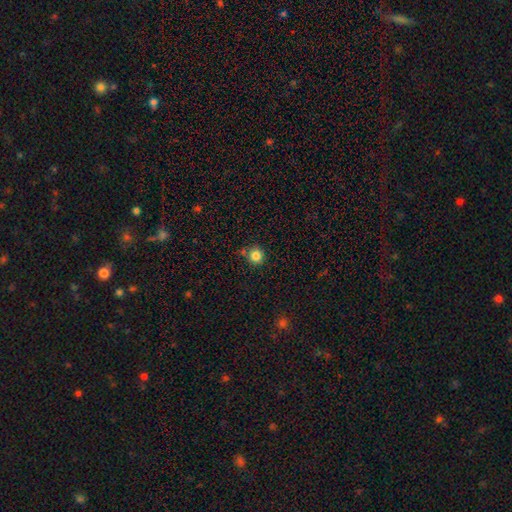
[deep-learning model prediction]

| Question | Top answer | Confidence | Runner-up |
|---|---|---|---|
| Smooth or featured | smooth | 83% | star or artifact (12%) |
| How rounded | round | 92% | in between (7%) |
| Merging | none | 78% | minor disturbance (12%) |